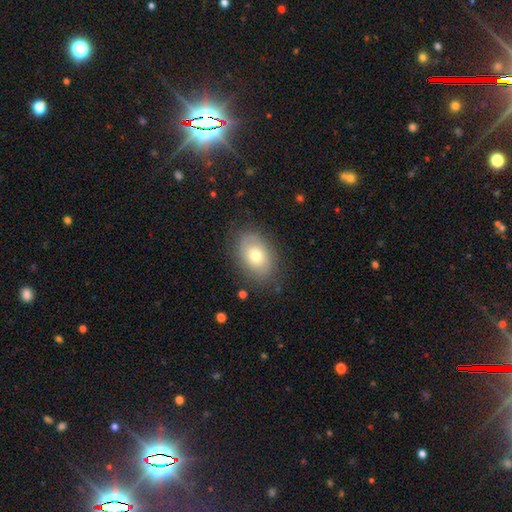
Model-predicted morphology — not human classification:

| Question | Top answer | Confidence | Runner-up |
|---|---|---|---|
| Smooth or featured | smooth | 56% | featured or disk (36%) |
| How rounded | in between | 78% | round (21%) |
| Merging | none | 77% | minor disturbance (16%) |